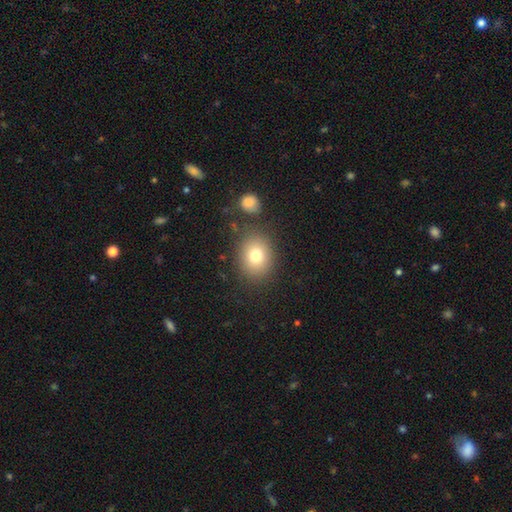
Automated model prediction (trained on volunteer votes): smooth-or-featured: smooth: 77% | star or artifact: 12% | featured or disk: 11%
  how-rounded: round: 59% | in between: 40% | cigar-shaped: 1%
  merging: none: 79% | minor disturbance: 11% | merger: 6% | major disturbance: 4%